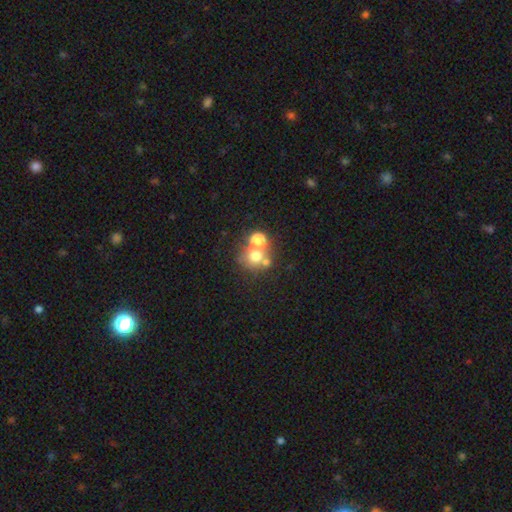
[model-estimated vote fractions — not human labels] smooth-or-featured: smooth: 63% | star or artifact: 18% | featured or disk: 18%
  how-rounded: round: 81% | in between: 18% | cigar-shaped: 1%
  merging: none: 44% | merger: 42% | minor disturbance: 8% | major disturbance: 5%